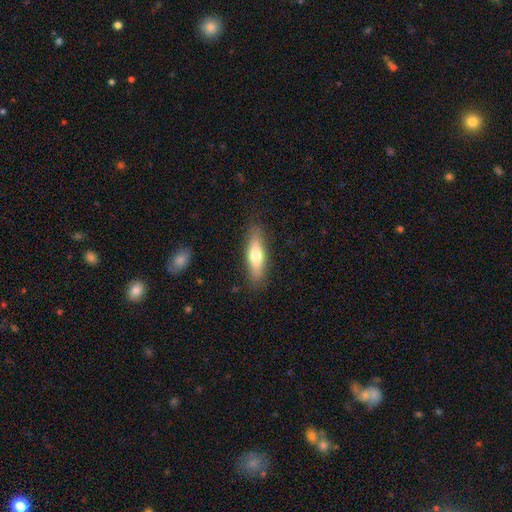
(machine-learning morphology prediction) A smooth galaxy with no disk features (63%) that is cigar-shaped (67%). Merging: none (85%).